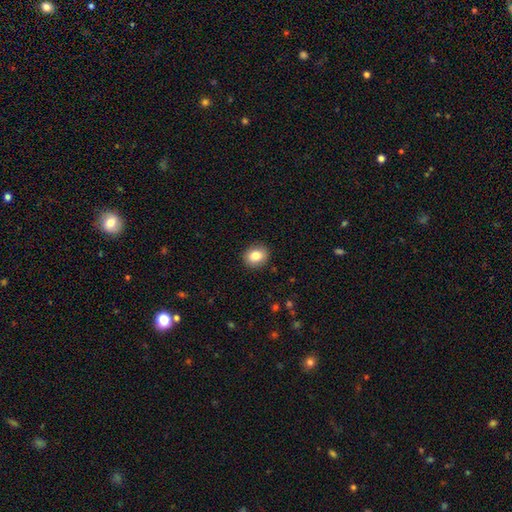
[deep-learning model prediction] Smooth or featured: smooth — 83% (star or artifact — 9%)
How rounded: round — 63% (in between — 36%)
Merging: none — 90% (minor disturbance — 7%)